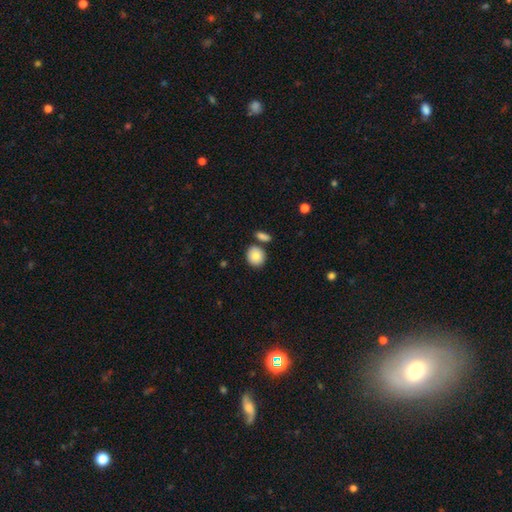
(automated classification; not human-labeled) smooth-or-featured: smooth: 84% | featured or disk: 8% | star or artifact: 8%
  how-rounded: round: 79% | in between: 20% | cigar-shaped: 1%
  merging: none: 74% | merger: 14% | minor disturbance: 9% | major disturbance: 3%